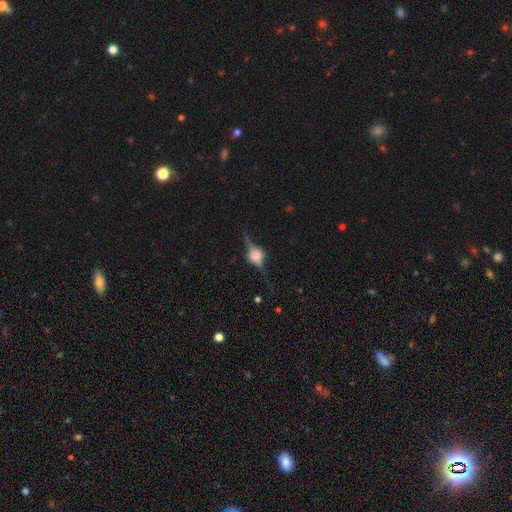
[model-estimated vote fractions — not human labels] A featured or disk galaxy (84%) viewed edge-on (97%) with a rounded central bulge (90%).

Vote fractions:
- Smooth or featured? featured or disk: 84% / smooth: 8% / star or artifact: 8%
- Edge-on disk? yes: 97% / no: 3%
- Edge-on bulge? rounded: 90% / boxy: 9% / none: 1%
- Merging? none: 81% / minor disturbance: 13% / major disturbance: 4% / merger: 1%